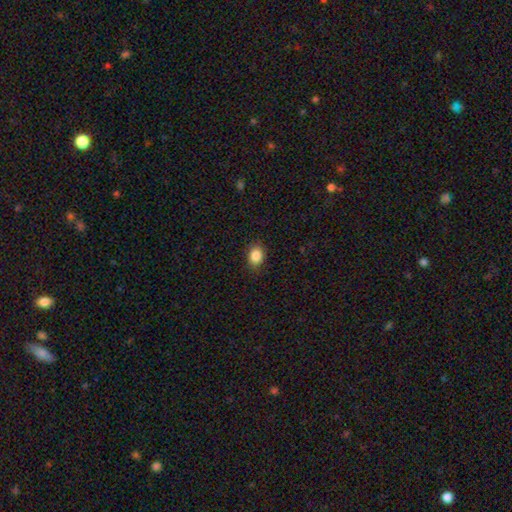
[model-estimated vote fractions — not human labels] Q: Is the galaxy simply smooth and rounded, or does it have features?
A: smooth — 87%.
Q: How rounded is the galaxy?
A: in between — 54%.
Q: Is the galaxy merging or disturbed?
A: none — 86%.